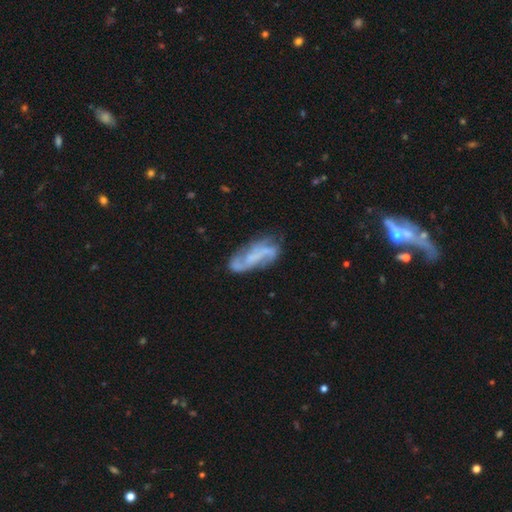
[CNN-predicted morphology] Smooth or featured? featured or disk (71%)
Edge-on disk? no (91%)
Bar? no (44%)
Spiral arms? yes (85%)
Spiral winding? loose (47%)
Spiral arm count? 2 (66%)
Bulge size? none (49%)
Merging? none (60%)